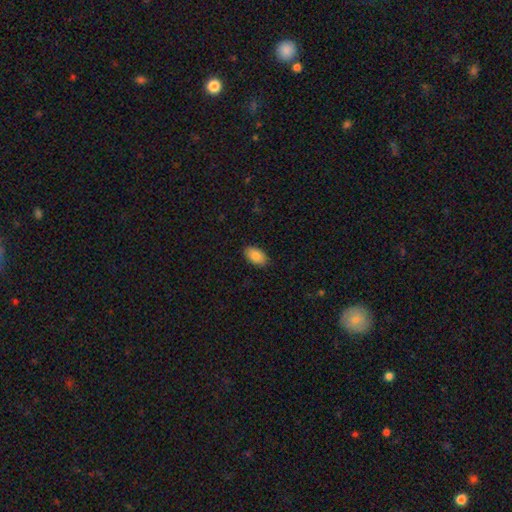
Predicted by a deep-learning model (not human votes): smooth 86%, featured or disk 7%, star or artifact 7%. Down the decision tree: how rounded — in between (93%); merging — none (87%).